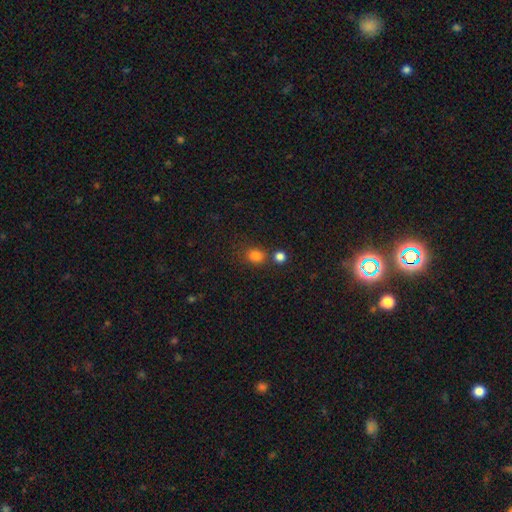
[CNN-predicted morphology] Overall: smooth (81%). How rounded: round (62%; in between 37%). Merging: none (66%).